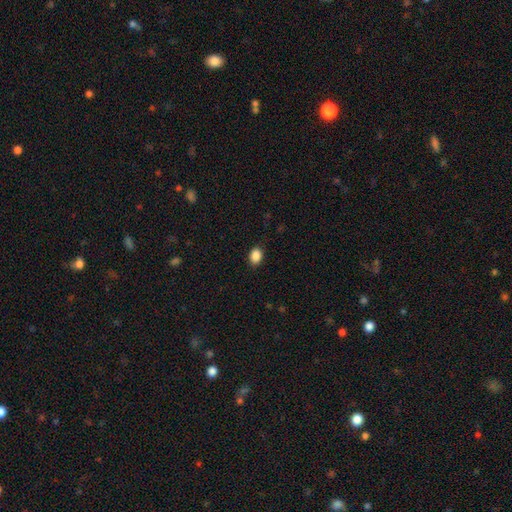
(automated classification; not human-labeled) This is clearly a smooth galaxy (89%). How rounded: likely in between (75%). Merging: clearly none (88%).